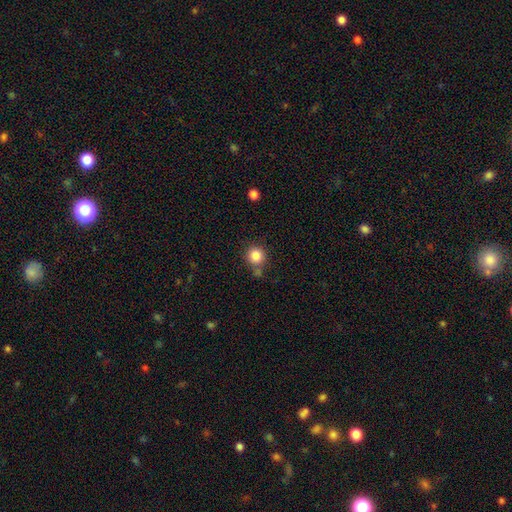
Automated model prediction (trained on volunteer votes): This appears to be a smooth galaxy with no disk features (85%) that is round (92%). Merging: none (71%).